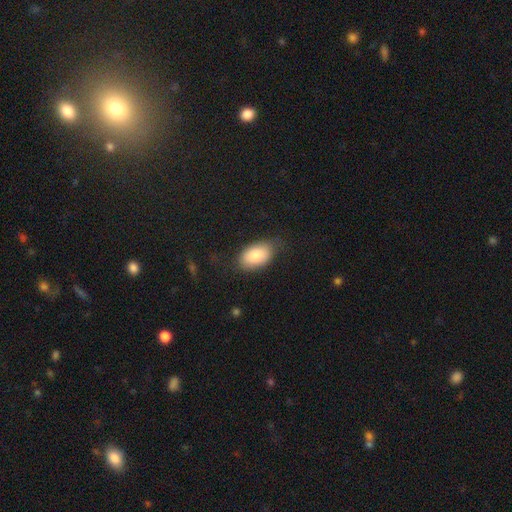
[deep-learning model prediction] A smooth galaxy with no disk features (82%) that is in between round and cigar-shaped (92%). Merging: none (72%).